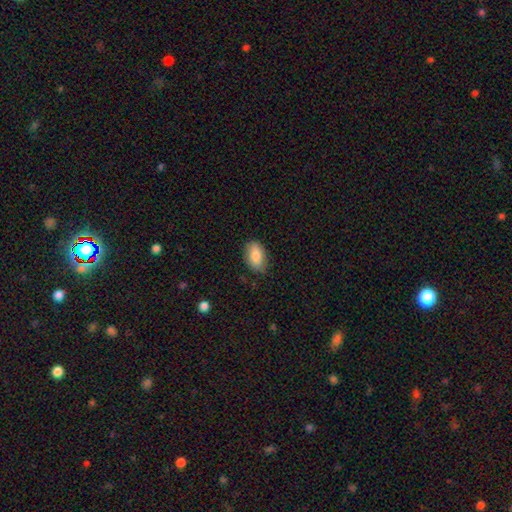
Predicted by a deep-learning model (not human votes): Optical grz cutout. It shows a smooth galaxy with no disk features (83%) that is in between round and cigar-shaped (91%). Merging: none (80%).